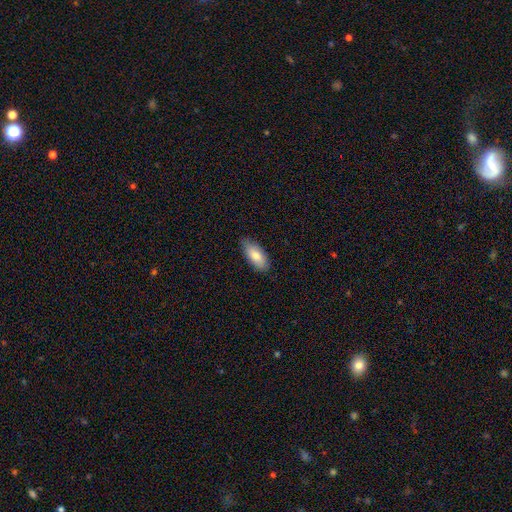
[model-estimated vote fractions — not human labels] Smooth or featured? smooth (81%)
How rounded? in between (85%)
Merging? none (83%)